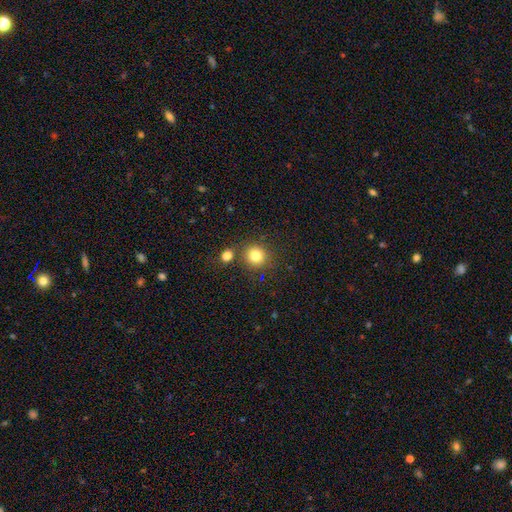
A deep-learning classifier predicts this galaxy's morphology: The model was most divided on "smooth or featured": smooth: 81%, star or artifact: 12%, featured or disk: 7%. More confident: how rounded — round (89%); merging — none (79%).